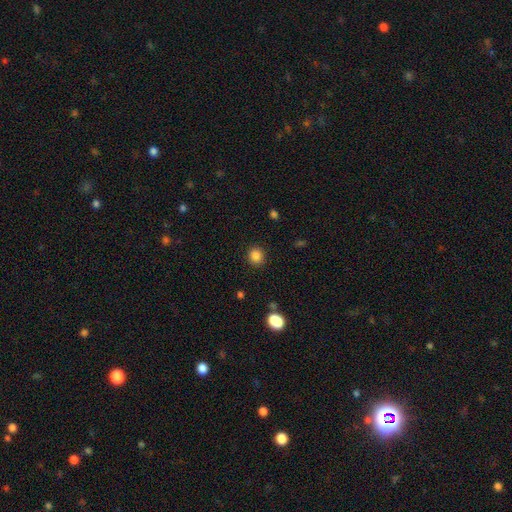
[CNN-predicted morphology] smooth-or-featured: smooth: 85% | star or artifact: 11% | featured or disk: 4%
  how-rounded: round: 85% | in between: 14% | cigar-shaped: 1%
  merging: none: 90% | minor disturbance: 7% | major disturbance: 2% | merger: 1%